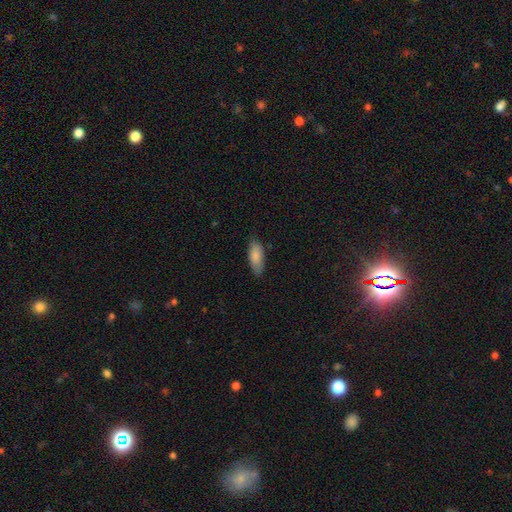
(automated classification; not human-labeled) smooth_or_featured: smooth (p=0.85) [alt: featured or disk p=0.09]
how_rounded: in between (p=0.75) [alt: cigar-shaped p=0.23]
merging: none (p=0.78) [alt: minor disturbance p=0.18]